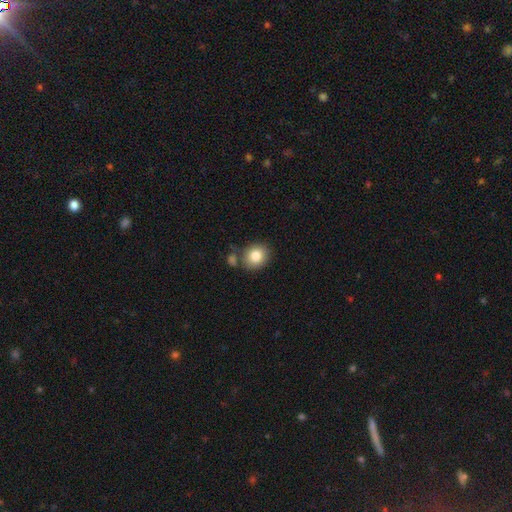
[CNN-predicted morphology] Overall: smooth (83%). How rounded: round (74%). Merging: none (73%).